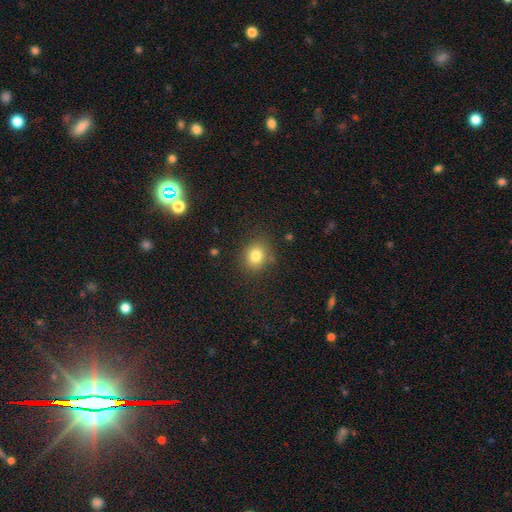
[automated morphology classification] The model was most divided on "how rounded": round: 72%, in between: 27%, cigar-shaped: 1%. More confident: merging — none (83%); smooth or featured — smooth (81%).